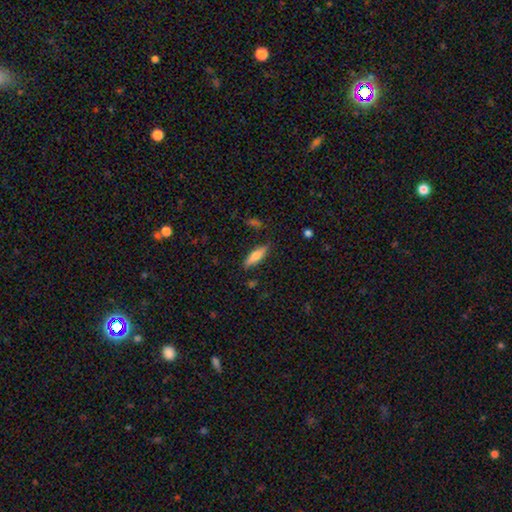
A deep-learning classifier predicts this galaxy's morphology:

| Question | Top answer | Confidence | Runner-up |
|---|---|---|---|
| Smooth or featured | smooth | 65% | featured or disk (29%) |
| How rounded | cigar-shaped | 55% | in between (43%) |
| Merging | none | 83% | minor disturbance (13%) |